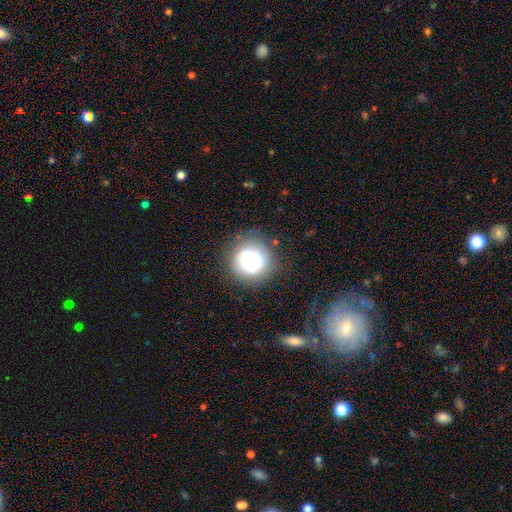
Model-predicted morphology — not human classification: Smooth or featured: featured or disk — 52% (smooth — 37%)
Edge-on disk: no — 97% (yes — 3%)
Bar: no — 73% (weak — 20%)
Spiral arms: yes — 72% (no — 28%)
Bulge size: moderate — 34% (large — 28%)
Merging: none — 67% (minor disturbance — 17%)